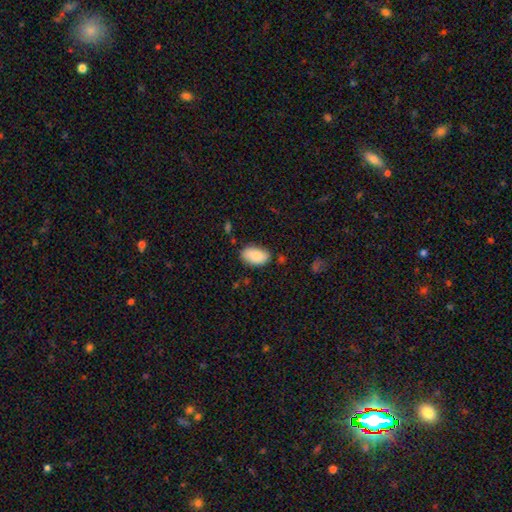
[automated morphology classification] smooth 87%, star or artifact 6%, featured or disk 6%. Down the decision tree: how rounded — in between (94%); merging — none (78%).